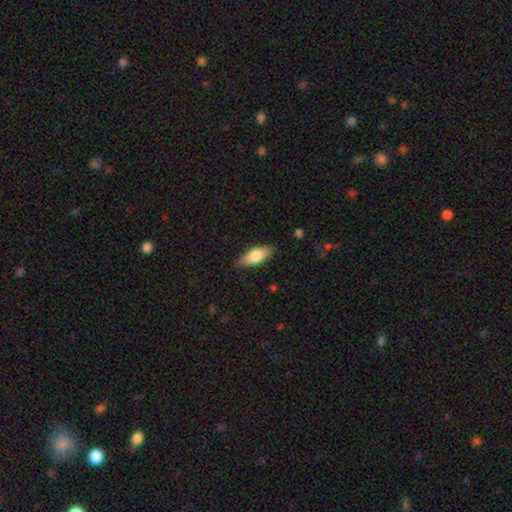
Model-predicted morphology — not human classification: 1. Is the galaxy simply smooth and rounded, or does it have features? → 74% smooth, 20% featured or disk, 6% star or artifact.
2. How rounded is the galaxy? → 77% in between, 21% cigar-shaped, 2% round.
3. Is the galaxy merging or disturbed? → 85% none, 11% minor disturbance, 2% major disturbance, 1% merger.